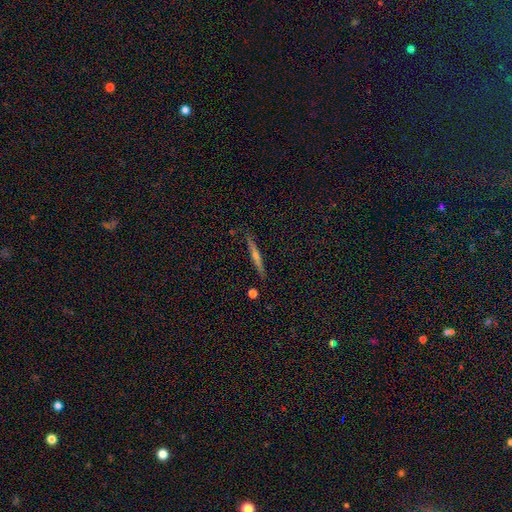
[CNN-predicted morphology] type=featured or disk (67%); edge-on=yes (97%); edge-on bulge=rounded (81%); merging=none (89%).